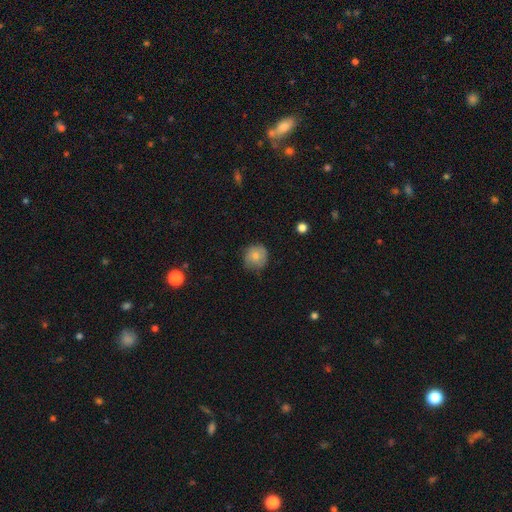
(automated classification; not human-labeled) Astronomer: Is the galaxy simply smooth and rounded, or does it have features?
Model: smooth — 77%.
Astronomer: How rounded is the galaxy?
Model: round — 86%.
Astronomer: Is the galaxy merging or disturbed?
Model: none — 70%.